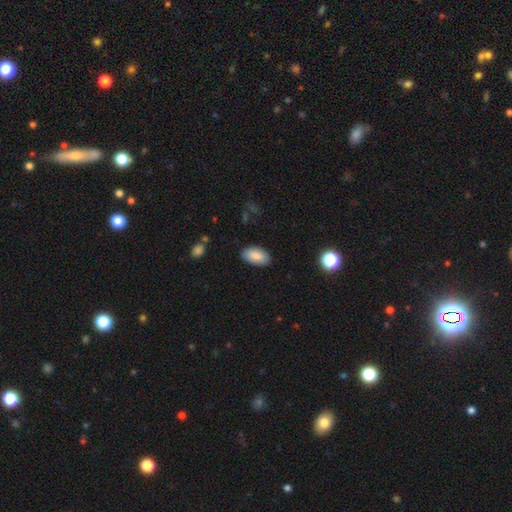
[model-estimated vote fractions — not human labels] smooth 84%, featured or disk 9%, star or artifact 7%. Down the decision tree: how rounded — in between (94%); merging — none (86%).